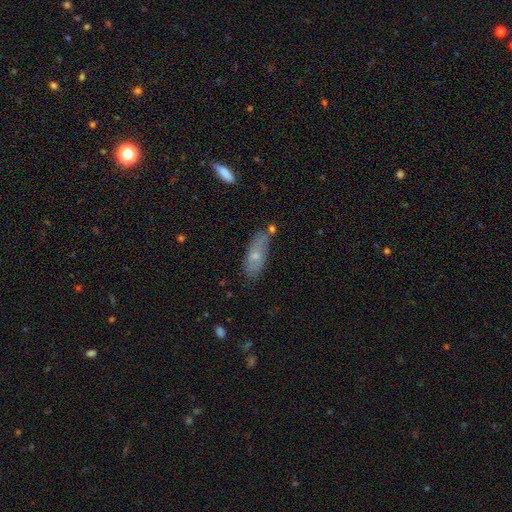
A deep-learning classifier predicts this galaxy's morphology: Smooth or featured? smooth (53%)
How rounded? in between (67%)
Merging? none (66%)